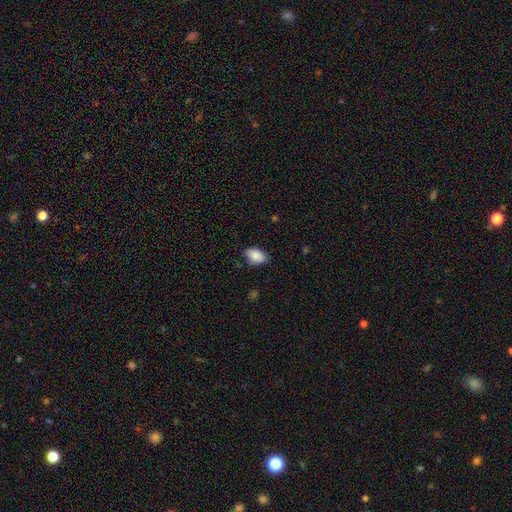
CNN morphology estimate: This appears to be a smooth galaxy with no disk features (88%) that is in between round and cigar-shaped (89%). Merging: none (77%).